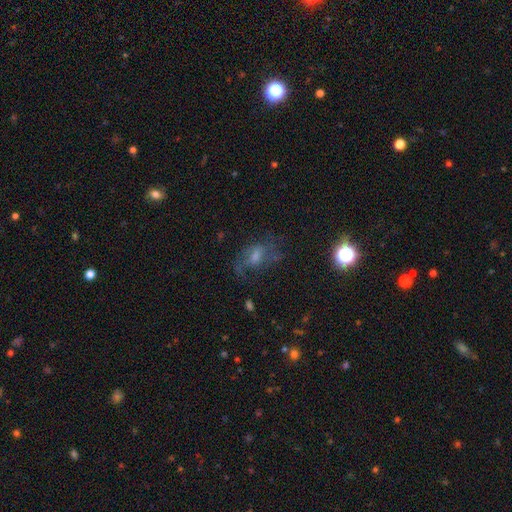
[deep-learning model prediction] A featured or disk galaxy (48%). Merging: none (54%).